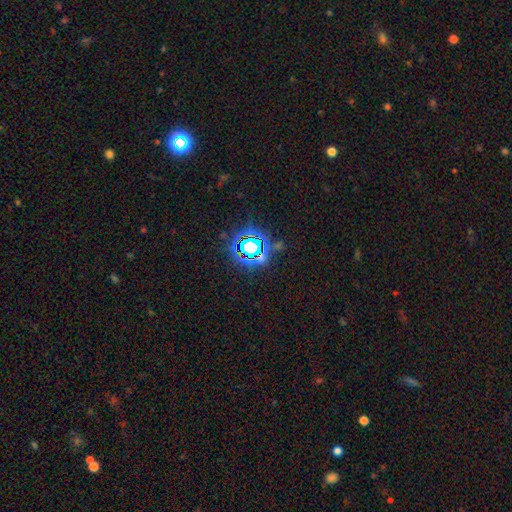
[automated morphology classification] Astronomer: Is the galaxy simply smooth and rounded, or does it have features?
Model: star or artifact — 80%.